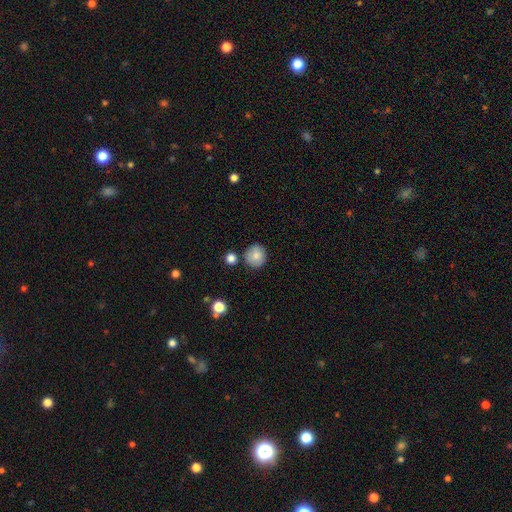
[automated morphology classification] Smooth or featured? Predicted: smooth (p=0.83). How rounded? Predicted: round (p=0.88). Merging? Predicted: none (p=0.80).